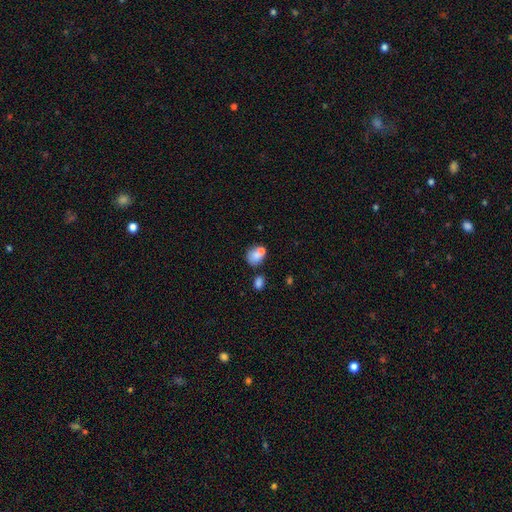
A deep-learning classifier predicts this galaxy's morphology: Smooth or featured? Predicted: smooth (p=0.75). How rounded? Predicted: round (p=0.52). Merging? Predicted: none (p=0.44).